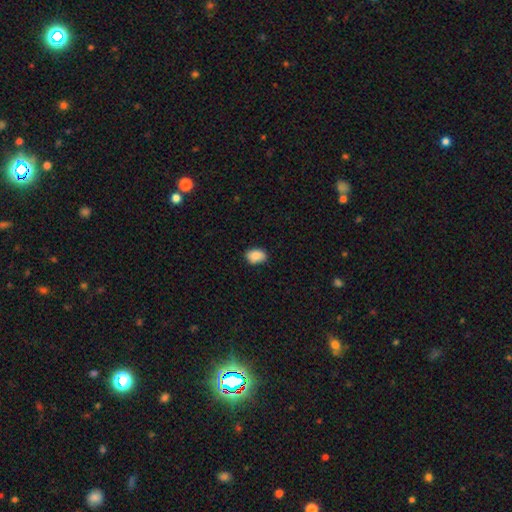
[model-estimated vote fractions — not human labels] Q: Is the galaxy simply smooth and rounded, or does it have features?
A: smooth — 87%.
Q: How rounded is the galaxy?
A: in between — 80%.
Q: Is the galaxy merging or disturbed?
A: none — 82%.